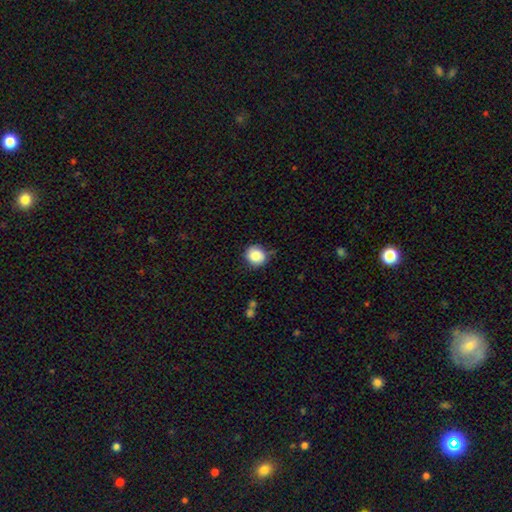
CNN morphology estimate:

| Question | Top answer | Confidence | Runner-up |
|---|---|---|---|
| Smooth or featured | smooth | 86% | star or artifact (8%) |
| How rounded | round | 83% | in between (16%) |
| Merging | none | 74% | minor disturbance (19%) |